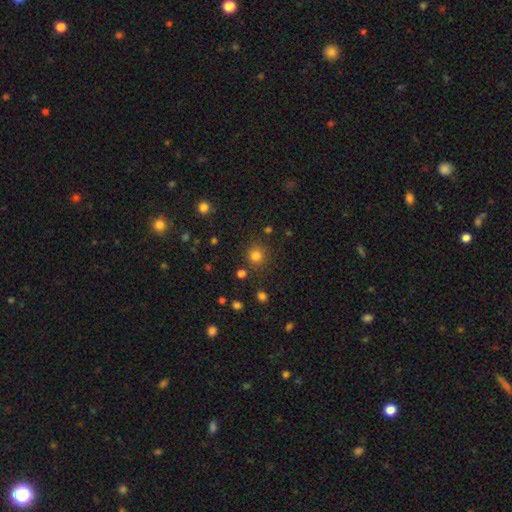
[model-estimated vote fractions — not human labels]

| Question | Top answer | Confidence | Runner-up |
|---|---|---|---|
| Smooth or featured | smooth | 79% | star or artifact (15%) |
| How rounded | round | 92% | in between (7%) |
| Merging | none | 84% | minor disturbance (9%) |